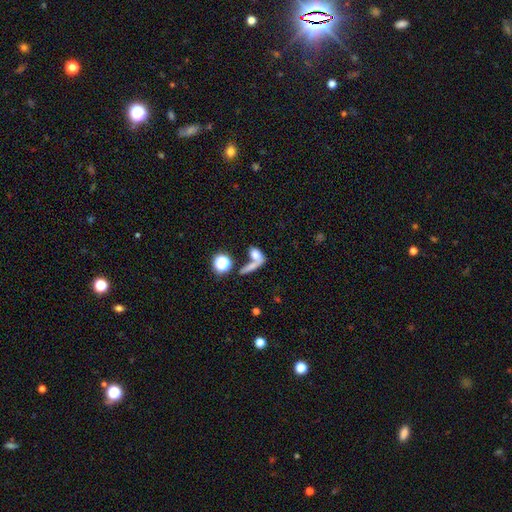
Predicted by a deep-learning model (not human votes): A smooth galaxy with no disk features (70%) that is in between round and cigar-shaped (67%). Merging: merger (52%).